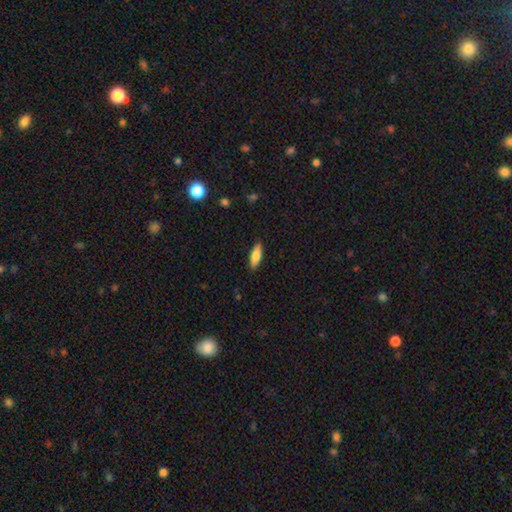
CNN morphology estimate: Smooth or featured?
  - smooth: 82% *
  - featured or disk: 12%
  - star or artifact: 6%
How rounded?
  - in between: 63% *
  - cigar-shaped: 35%
  - round: 2%
Merging?
  - none: 87% *
  - minor disturbance: 10%
  - major disturbance: 2%
  - merger: 1%